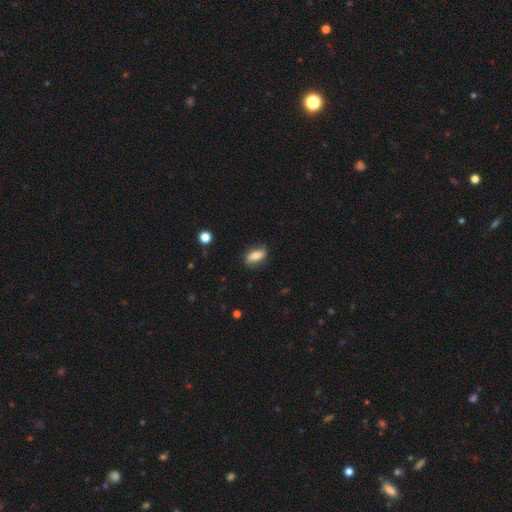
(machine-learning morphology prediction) A smooth galaxy with no disk features (74%) that is in between round and cigar-shaped (80%).

Vote fractions:
- Smooth or featured? smooth: 74% / featured or disk: 18% / star or artifact: 8%
- How rounded? in between: 80% / cigar-shaped: 16% / round: 5%
- Merging? none: 78% / minor disturbance: 17% / major disturbance: 4% / merger: 1%